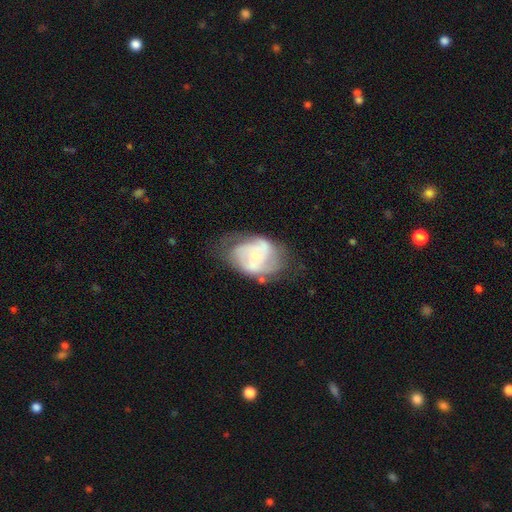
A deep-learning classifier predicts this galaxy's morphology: This appears to be a featured or disk galaxy (72%) with no bar (62%), 2 (43%) medium (44%) spiral arms (81%) and a small central bulge (64%). Merging: none (46%).